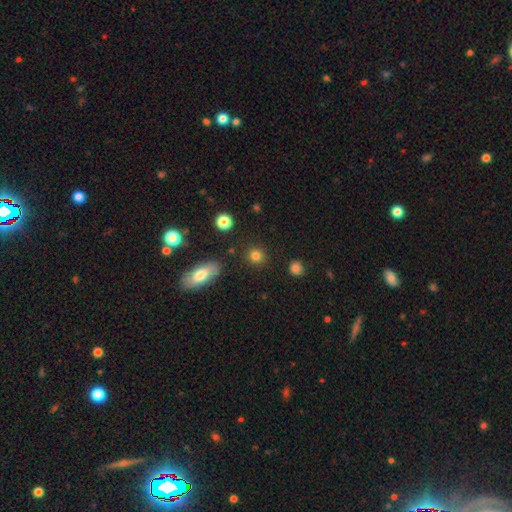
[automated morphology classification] smooth-or-featured: smooth: 83% | star or artifact: 11% | featured or disk: 5%
  how-rounded: round: 87% | in between: 12% | cigar-shaped: 1%
  merging: none: 88% | minor disturbance: 7% | merger: 3% | major disturbance: 3%